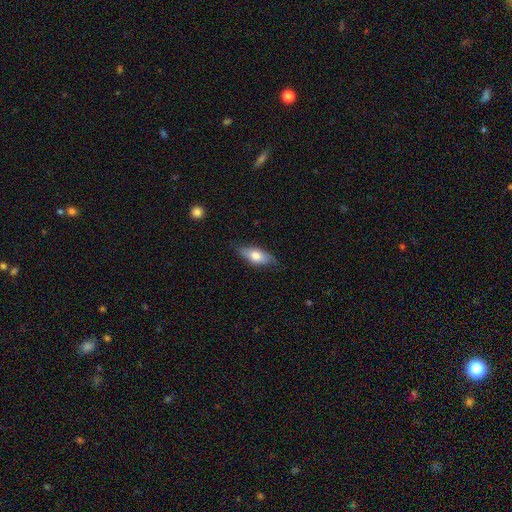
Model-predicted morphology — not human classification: A smooth galaxy with no disk features (67%) that is in between round and cigar-shaped (77%).

Vote fractions:
- Smooth or featured? smooth: 67% / featured or disk: 27% / star or artifact: 6%
- How rounded? in between: 77% / cigar-shaped: 20% / round: 3%
- Merging? none: 74% / minor disturbance: 21% / major disturbance: 4% / merger: 1%